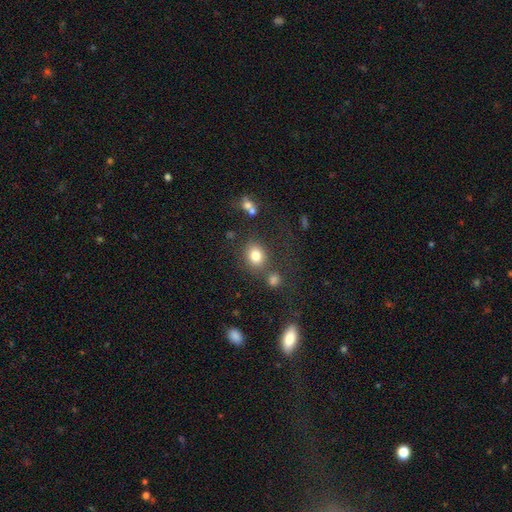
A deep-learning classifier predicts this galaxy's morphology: This appears to be a smooth galaxy with no disk features (80%) that is round (58%). Merging: none (70%).